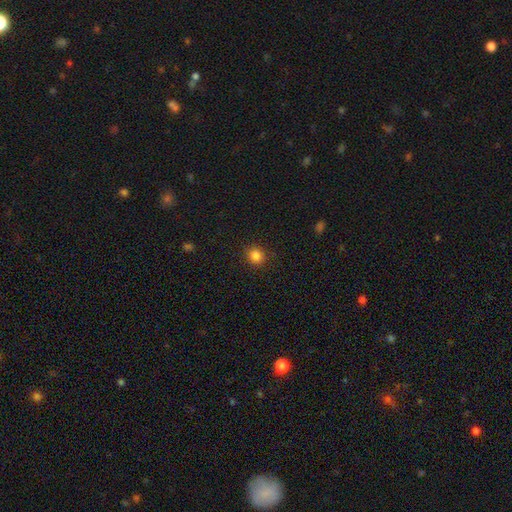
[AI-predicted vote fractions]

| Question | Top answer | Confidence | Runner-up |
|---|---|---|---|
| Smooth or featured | smooth | 84% | star or artifact (12%) |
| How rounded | round | 87% | in between (12%) |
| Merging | none | 89% | minor disturbance (7%) |